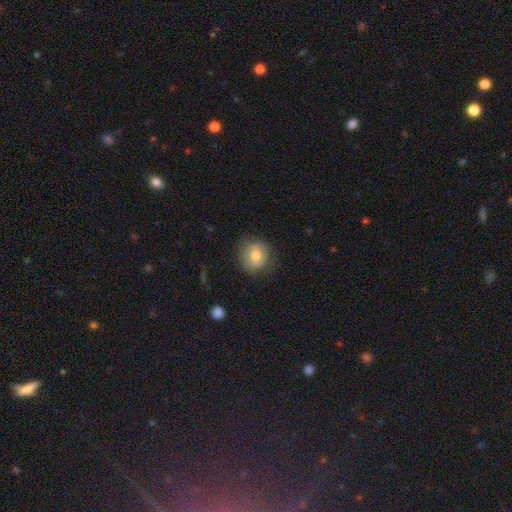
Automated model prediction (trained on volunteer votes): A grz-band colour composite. It shows a smooth galaxy with no disk features (74%) that is round (79%). Merging: none (78%).